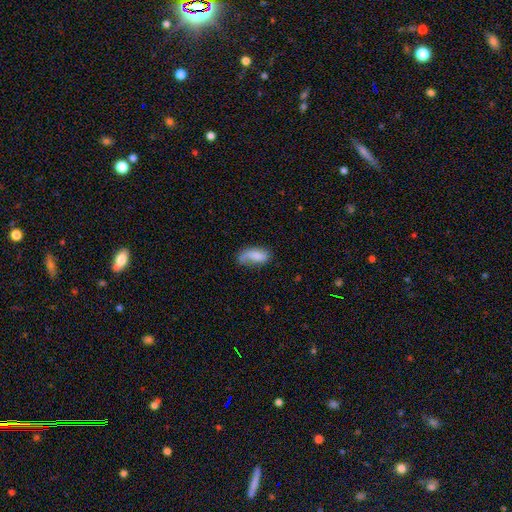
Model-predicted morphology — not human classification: Smooth or featured? Predicted: smooth (p=0.76). How rounded? Predicted: in between (p=0.87). Merging? Predicted: none (p=0.46).